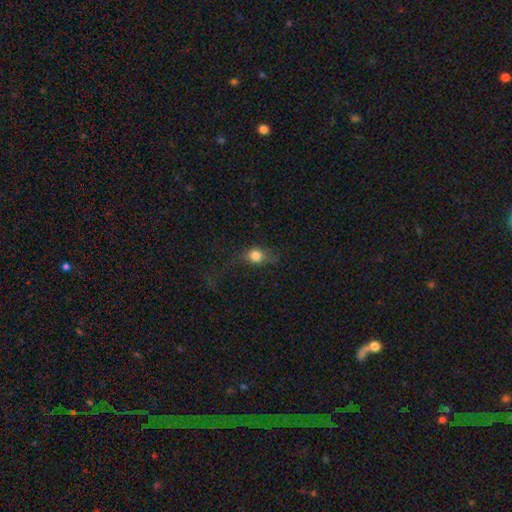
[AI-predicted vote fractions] smooth-or-featured: smooth: 77% | featured or disk: 12% | star or artifact: 12%
  how-rounded: round: 61% | in between: 34% | cigar-shaped: 5%
  merging: none: 57% | minor disturbance: 22% | major disturbance: 19% | merger: 2%